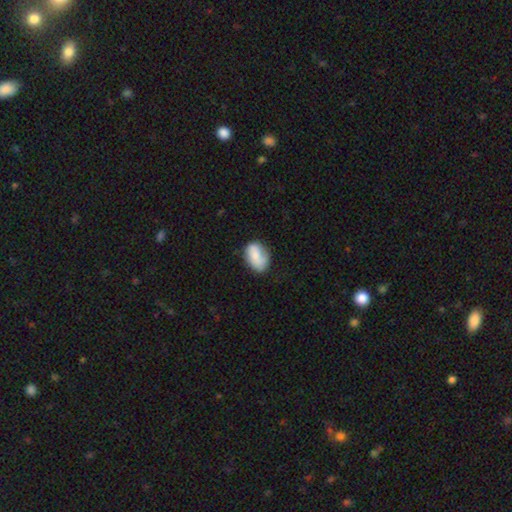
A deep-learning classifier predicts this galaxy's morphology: type=smooth (67%); roundness=in between (80%); merging=none (62%).